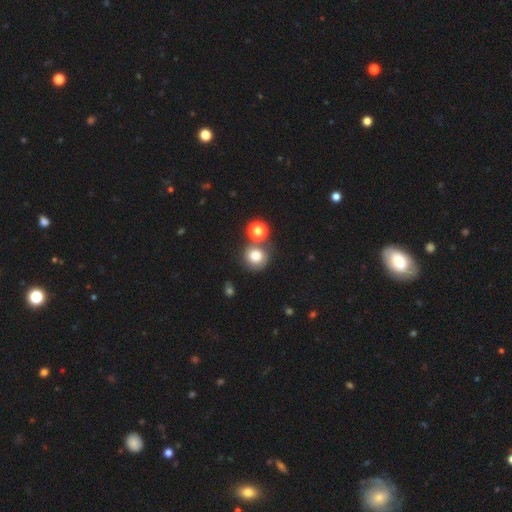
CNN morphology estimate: type=smooth (77%); roundness=round (88%); merging=none (62%).